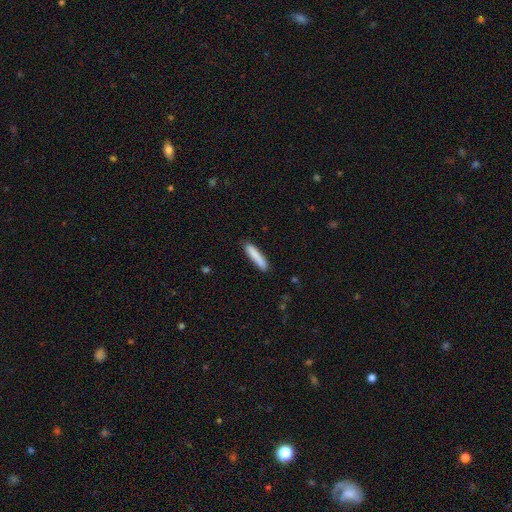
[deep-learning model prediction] This appears to be a smooth galaxy with no disk features (85%) that is cigar-shaped (90%). Merging: none (88%).